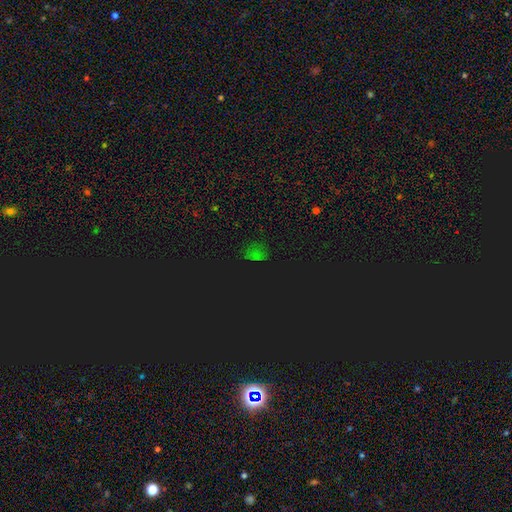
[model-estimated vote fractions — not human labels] star or artifact 61%, smooth 32%, featured or disk 6%.